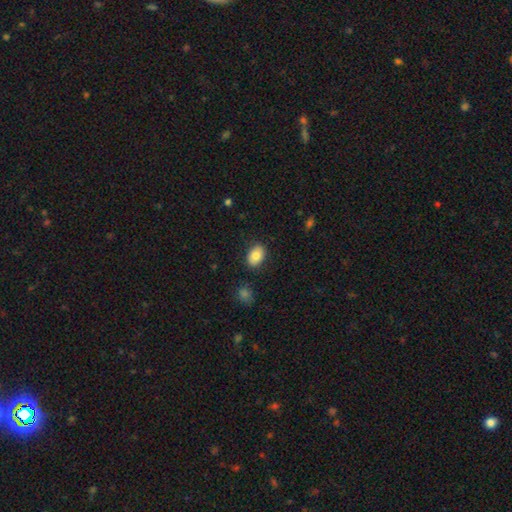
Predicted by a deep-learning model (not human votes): smooth_or_featured: smooth (p=0.84) [alt: featured or disk p=0.08]
how_rounded: in between (p=0.85) [alt: round p=0.14]
merging: none (p=0.86) [alt: minor disturbance p=0.10]